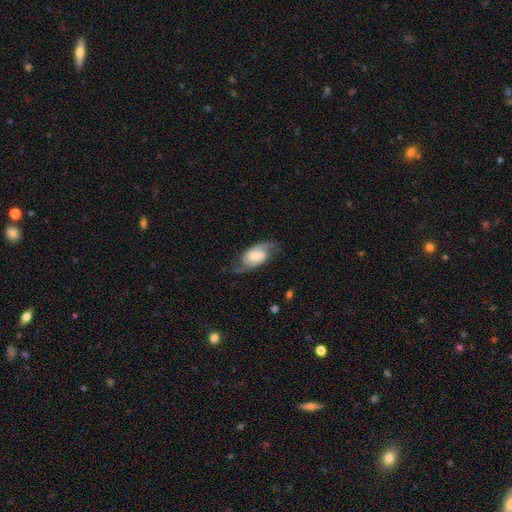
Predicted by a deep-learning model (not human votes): A featured or disk galaxy (78%) with no bar (55%), 2 (91%) medium (47%) spiral arms (95%) and a small central bulge (40%). Merging: none (72%).